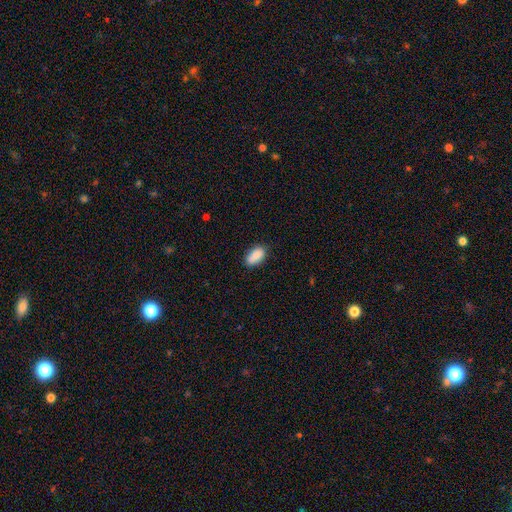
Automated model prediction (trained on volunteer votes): A smooth galaxy with no disk features (87%) that is in between round and cigar-shaped (91%).

Vote fractions:
- Smooth or featured? smooth: 87% / star or artifact: 7% / featured or disk: 5%
- How rounded? in between: 91% / cigar-shaped: 5% / round: 4%
- Merging? none: 79% / minor disturbance: 16% / major disturbance: 3% / merger: 2%